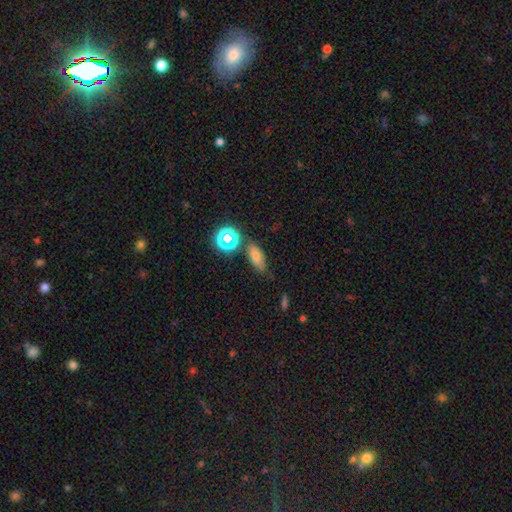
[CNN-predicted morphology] Smooth or featured: smooth — 62% (star or artifact — 23%)
How rounded: in between — 69% (round — 16%)
Merging: none — 67% (minor disturbance — 20%)